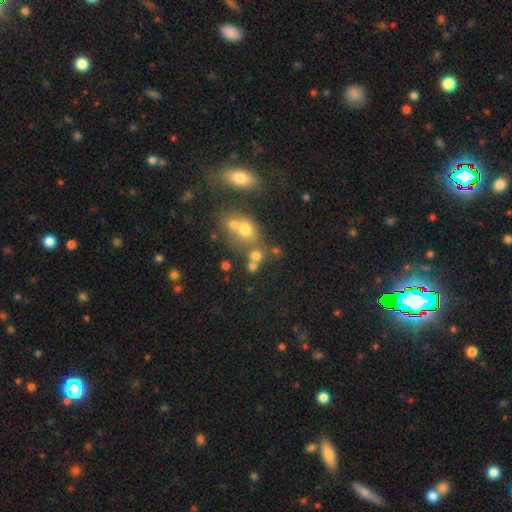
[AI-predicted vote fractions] Smooth or featured? smooth (66%)
How rounded? round (75%)
Merging? none (48%)